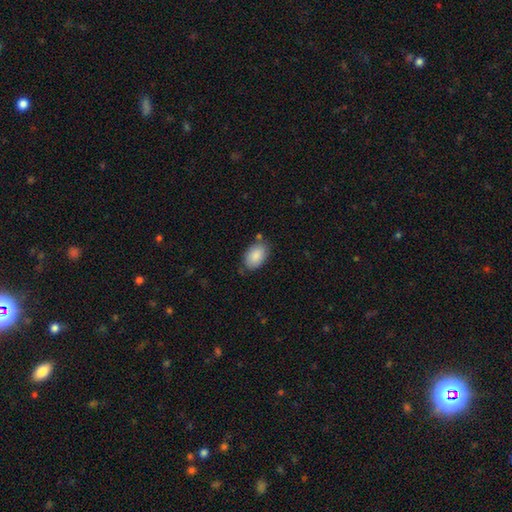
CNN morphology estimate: The model was most divided on "merging": none: 74%, minor disturbance: 19%, major disturbance: 4%, merger: 4%. More confident: how rounded — in between (90%); smooth or featured — smooth (87%).